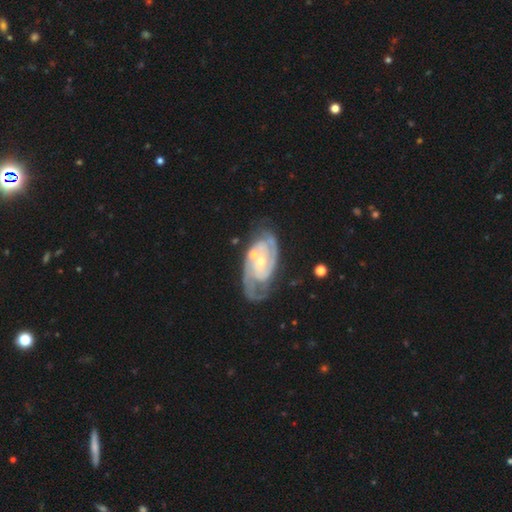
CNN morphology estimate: Q: Smooth or featured?
A: featured or disk (87%); runner-up: smooth (8%)
Q: Edge-on disk?
A: no (96%); runner-up: yes (4%)
Q: Bar?
A: no (58%); runner-up: weak (32%)
Q: Spiral arms?
A: yes (96%); runner-up: no (4%)
Q: Spiral winding?
A: tight (58%); runner-up: medium (34%)
Q: Spiral arm count?
A: 2 (63%); runner-up: can't tell (15%)
Q: Bulge size?
A: small (63%); runner-up: moderate (32%)
Q: Merging?
A: none (61%); runner-up: minor disturbance (20%)